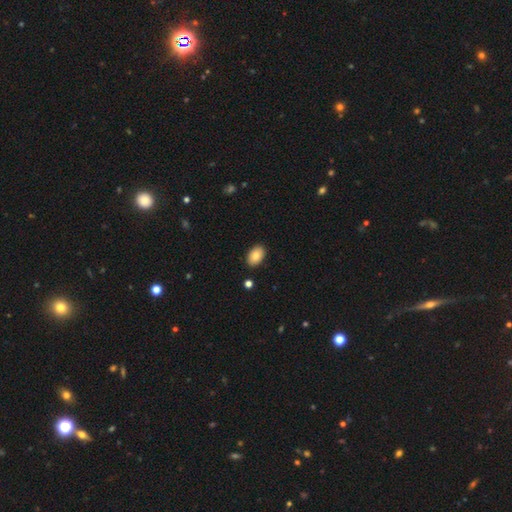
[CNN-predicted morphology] smooth-or-featured: smooth: 85% | featured or disk: 8% | star or artifact: 7%
  how-rounded: in between: 90% | round: 9% | cigar-shaped: 1%
  merging: none: 89% | minor disturbance: 8% | major disturbance: 2% | merger: 1%